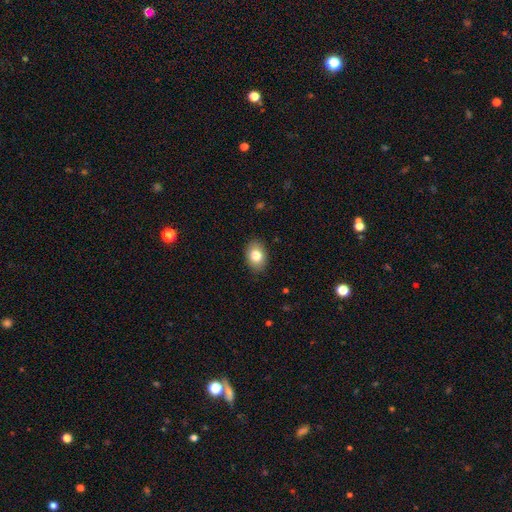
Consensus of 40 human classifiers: Smooth or featured?
  - smooth: 70% *
  - featured or disk: 20%
  - star or artifact: 10%
How rounded?
  - in between: 79% *
  - round: 21%
  - cigar-shaped: 0%
Merging?
  - none: 75% *
  - minor disturbance: 19%
  - major disturbance: 3%
  - merger: 3%